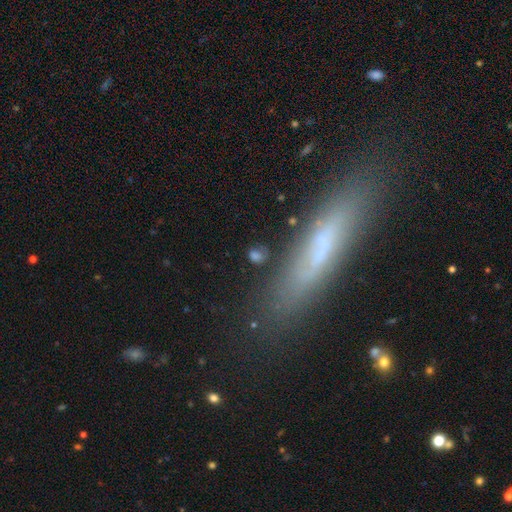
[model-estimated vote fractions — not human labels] A smooth galaxy with no disk features (65%) that is in between round and cigar-shaped (43%, tied with round). Merging: none (77%).